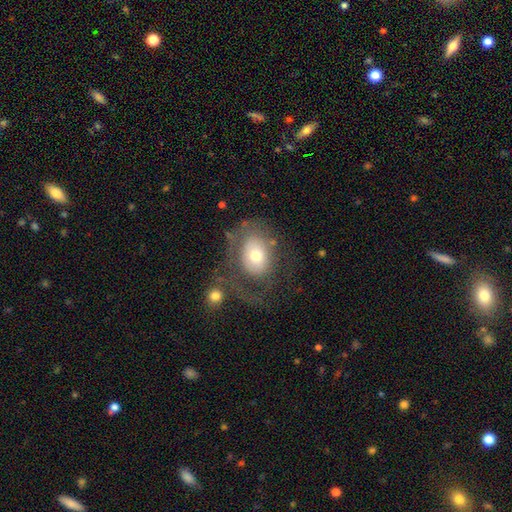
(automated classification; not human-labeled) The model was most divided on "merging": none: 42%, major disturbance: 31%, minor disturbance: 19%, merger: 8%. More confident: how rounded — in between (65%); smooth or featured — smooth (57%).